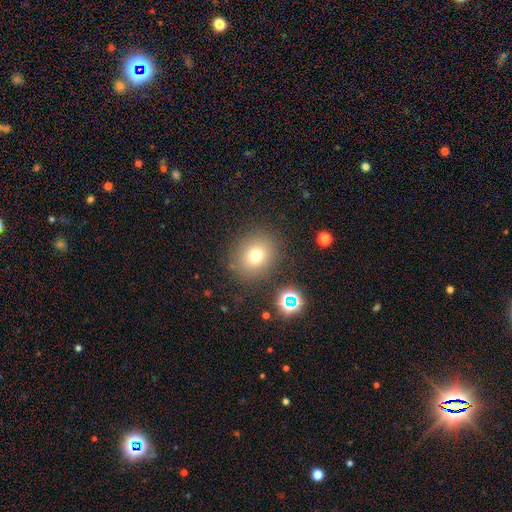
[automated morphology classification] Smooth or featured? Predicted: smooth (p=0.73). How rounded? Predicted: round (p=0.75). Merging? Predicted: none (p=0.84).